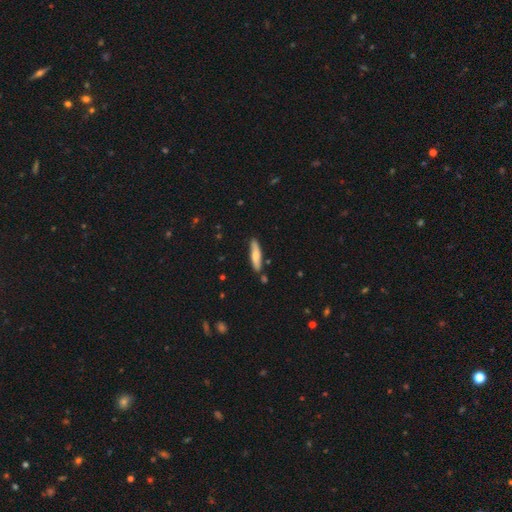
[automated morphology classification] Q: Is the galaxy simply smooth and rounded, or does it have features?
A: smooth — 69%.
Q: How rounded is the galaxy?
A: cigar-shaped — 79%.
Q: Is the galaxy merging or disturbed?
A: none — 82%.